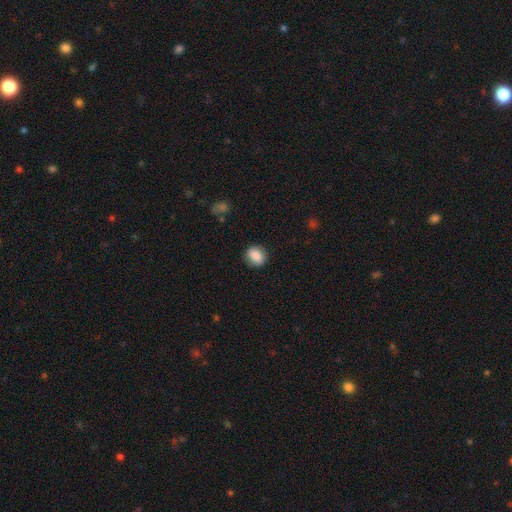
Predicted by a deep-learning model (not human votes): Overall: smooth (86%). How rounded: round (56%; in between 43%). Merging: none (85%).